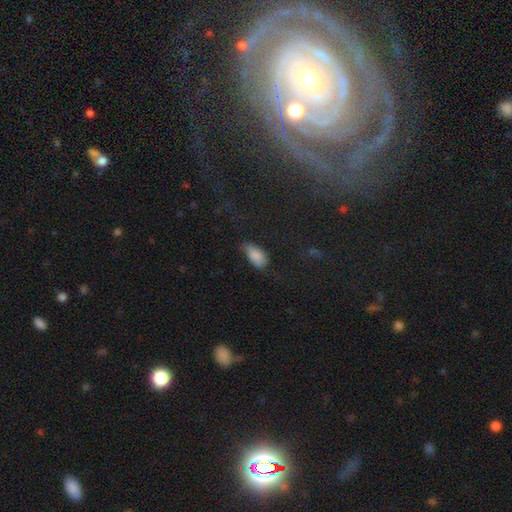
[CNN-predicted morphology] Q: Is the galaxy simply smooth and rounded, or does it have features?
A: smooth — 83%.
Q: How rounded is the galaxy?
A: in between — 92%.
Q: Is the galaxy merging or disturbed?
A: none — 49%.